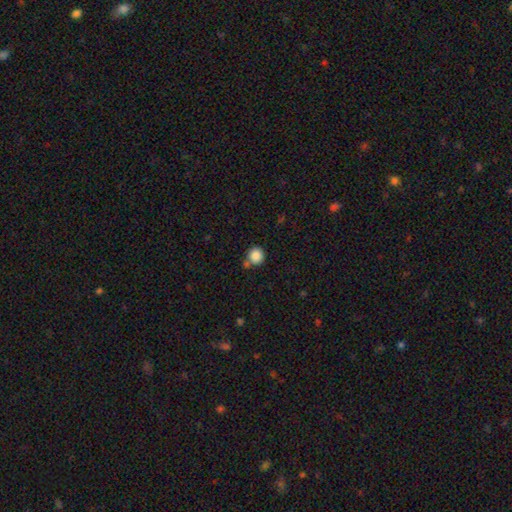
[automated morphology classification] Smooth or featured: smooth — 87% (star or artifact — 10%)
How rounded: round — 92% (in between — 7%)
Merging: none — 69% (merger — 17%)